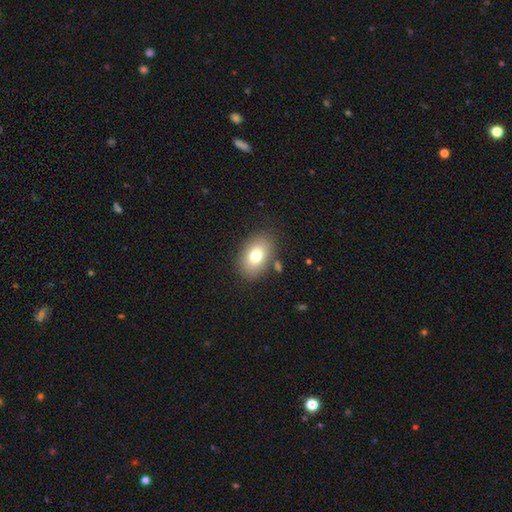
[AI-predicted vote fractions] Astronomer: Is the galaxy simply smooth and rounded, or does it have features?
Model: smooth — 76%.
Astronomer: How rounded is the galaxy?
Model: in between — 86%.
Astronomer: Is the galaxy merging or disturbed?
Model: none — 83%.